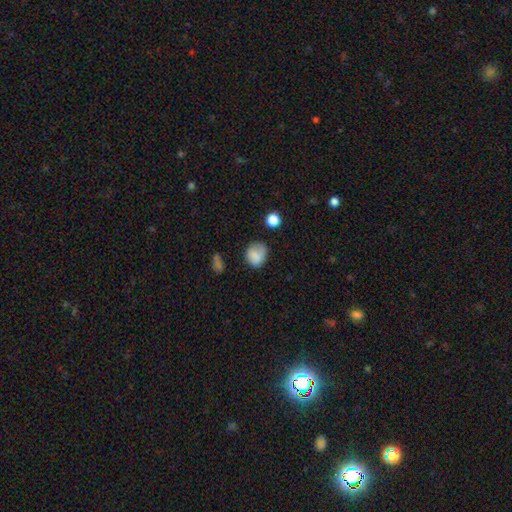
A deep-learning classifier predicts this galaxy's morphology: Smooth or featured?
  - smooth: 82% *
  - star or artifact: 10%
  - featured or disk: 8%
How rounded?
  - round: 66% *
  - in between: 33%
  - cigar-shaped: 1%
Merging?
  - none: 62% *
  - minor disturbance: 26%
  - major disturbance: 8%
  - merger: 4%